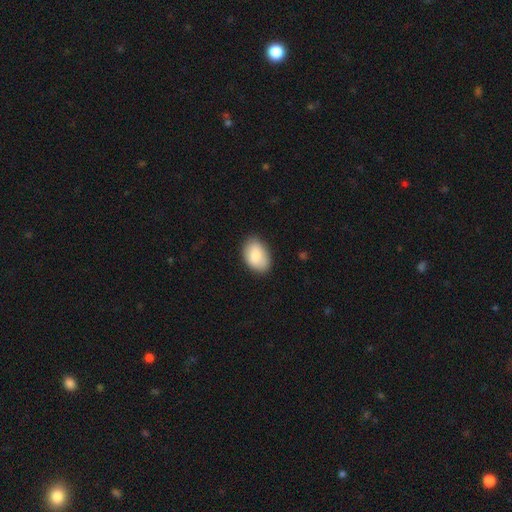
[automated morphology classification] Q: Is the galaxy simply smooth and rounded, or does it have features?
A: smooth — 84%.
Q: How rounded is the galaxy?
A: in between — 88%.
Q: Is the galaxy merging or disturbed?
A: none — 82%.